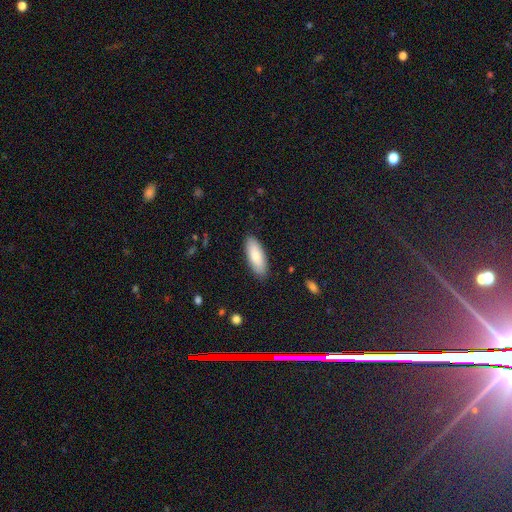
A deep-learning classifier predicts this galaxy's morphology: A smooth galaxy with no disk features (83%) that is in between round and cigar-shaped (75%).

Vote fractions:
- Smooth or featured? smooth: 83% / featured or disk: 11% / star or artifact: 6%
- How rounded? in between: 75% / cigar-shaped: 23% / round: 2%
- Merging? none: 88% / minor disturbance: 9% / major disturbance: 2% / merger: 1%